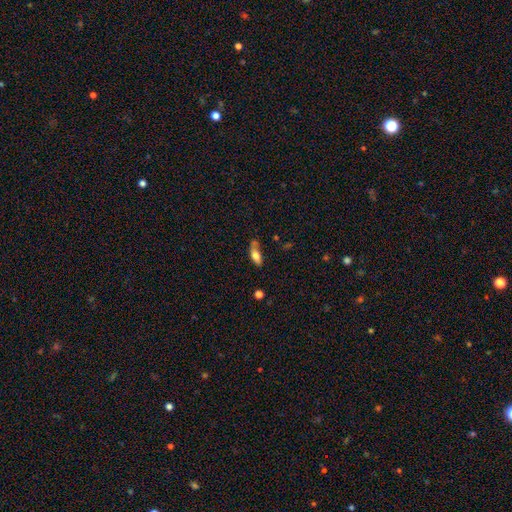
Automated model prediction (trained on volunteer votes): Smooth or featured: smooth — 69% (featured or disk — 23%)
How rounded: in between — 74% (cigar-shaped — 23%)
Merging: none — 48% (minor disturbance — 29%)